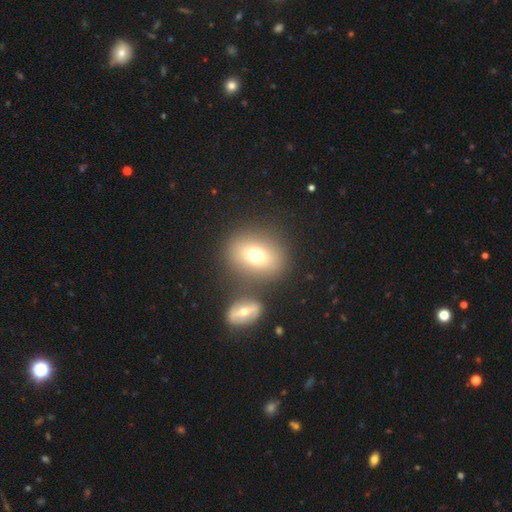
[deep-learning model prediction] This appears to be a smooth galaxy with no disk features (71%) that is in between round and cigar-shaped (59%). Merging: none (68%).